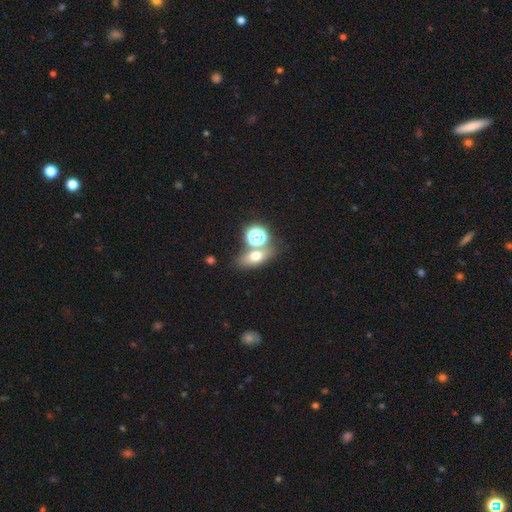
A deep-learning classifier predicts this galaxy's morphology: Overall: smooth (63%). How rounded: in between (64%; round 29%). Merging: none (56%; merger 28%).